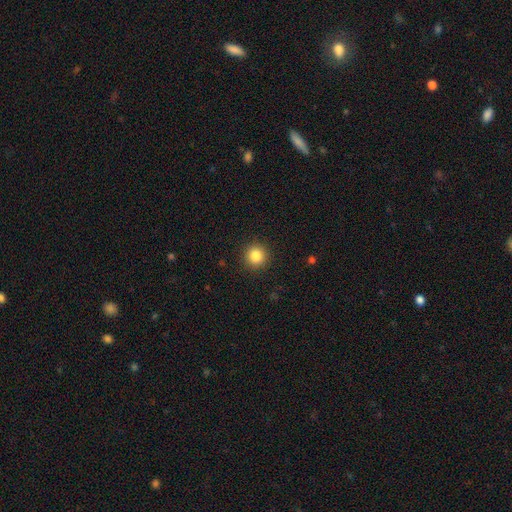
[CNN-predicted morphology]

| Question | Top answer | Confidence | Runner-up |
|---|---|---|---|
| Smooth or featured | smooth | 85% | star or artifact (11%) |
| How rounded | round | 95% | in between (4%) |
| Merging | none | 92% | minor disturbance (5%) |